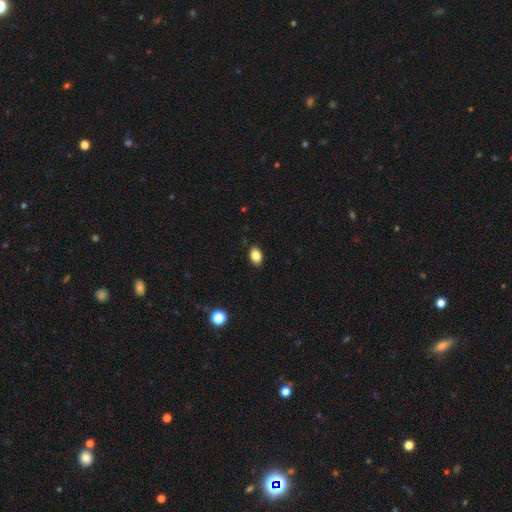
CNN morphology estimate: This is clearly a smooth galaxy (85%). How rounded: clearly in between (85%). Merging: clearly none (87%).